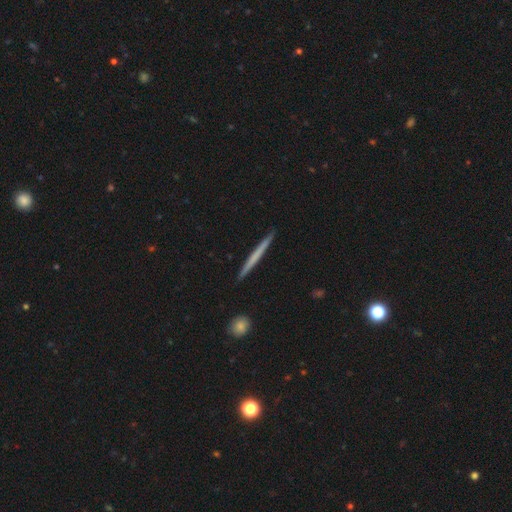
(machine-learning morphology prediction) A smooth galaxy with no disk features (51%) that is cigar-shaped (97%).

Vote fractions:
- Smooth or featured? smooth: 51% / featured or disk: 44% / star or artifact: 5%
- How rounded? cigar-shaped: 97% / in between: 2% / round: 1%
- Merging? none: 92% / minor disturbance: 5% / merger: 1% / major disturbance: 1%